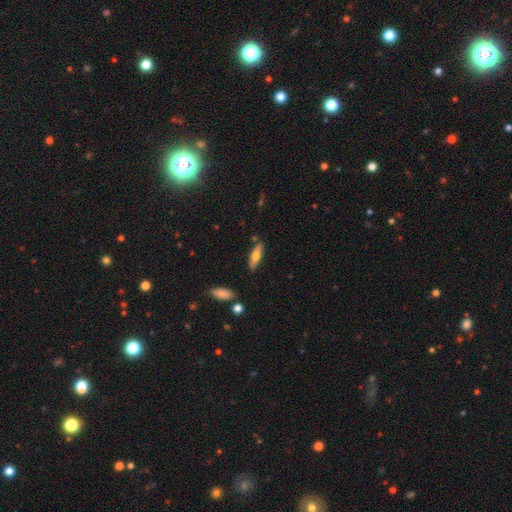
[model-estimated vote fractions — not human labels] A smooth galaxy with no disk features (54%) that is cigar-shaped (62%).

Vote fractions:
- Smooth or featured? smooth: 54% / featured or disk: 40% / star or artifact: 6%
- How rounded? cigar-shaped: 62% / in between: 36% / round: 2%
- Merging? none: 84% / minor disturbance: 11% / merger: 3% / major disturbance: 2%